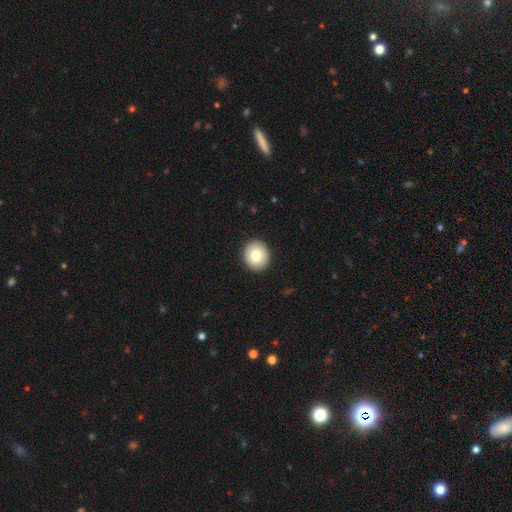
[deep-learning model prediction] Smooth or featured? Predicted: smooth (p=0.77). How rounded? Predicted: round (p=0.76). Merging? Predicted: none (p=0.92).